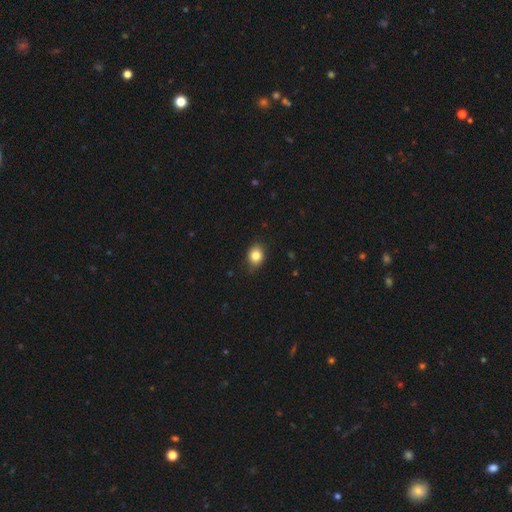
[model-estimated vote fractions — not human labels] smooth 83%, star or artifact 9%, featured or disk 7%. Down the decision tree: how rounded — in between (54%); merging — none (81%).